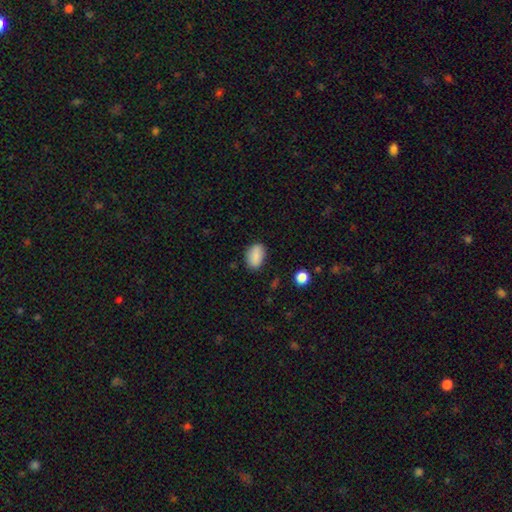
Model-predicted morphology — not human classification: smooth 86%, star or artifact 8%, featured or disk 6%. Down the decision tree: how rounded — in between (86%); merging — none (81%).